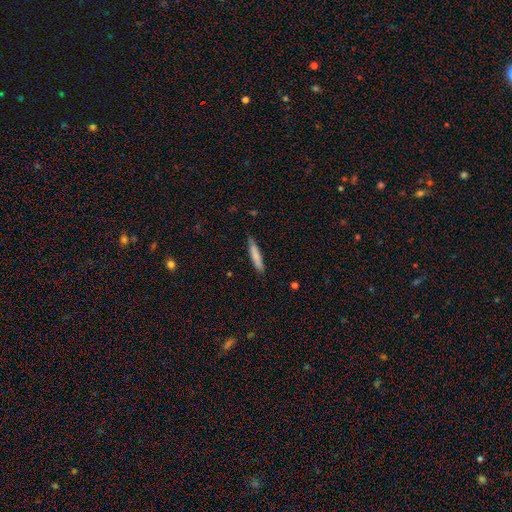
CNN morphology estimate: A smooth galaxy with no disk features (77%) that is cigar-shaped (90%).

Vote fractions:
- Smooth or featured? smooth: 77% / featured or disk: 17% / star or artifact: 6%
- How rounded? cigar-shaped: 90% / in between: 9% / round: 1%
- Merging? none: 83% / minor disturbance: 14% / major disturbance: 2% / merger: 1%